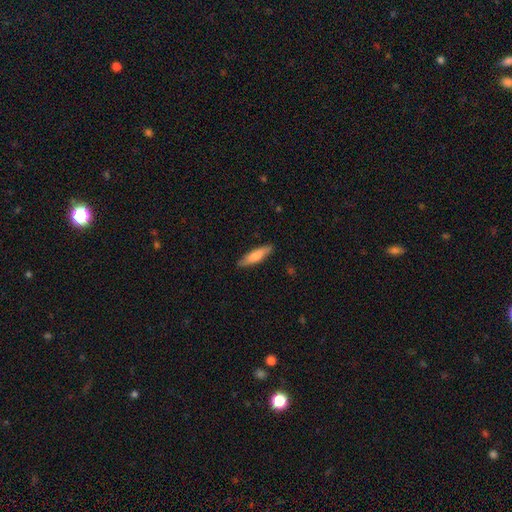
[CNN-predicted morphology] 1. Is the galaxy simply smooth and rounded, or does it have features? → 74% smooth, 21% featured or disk, 5% star or artifact.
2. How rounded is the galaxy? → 76% cigar-shaped, 23% in between, 1% round.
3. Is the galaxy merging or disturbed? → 88% none, 9% minor disturbance, 2% major disturbance, 1% merger.